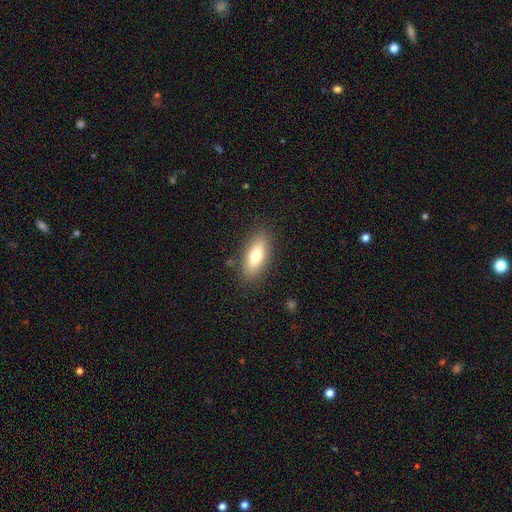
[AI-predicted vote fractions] smooth_or_featured: smooth (p=0.71) [alt: featured or disk p=0.21]
how_rounded: in between (p=0.76) [alt: cigar-shaped p=0.20]
merging: none (p=0.85) [alt: minor disturbance p=0.10]